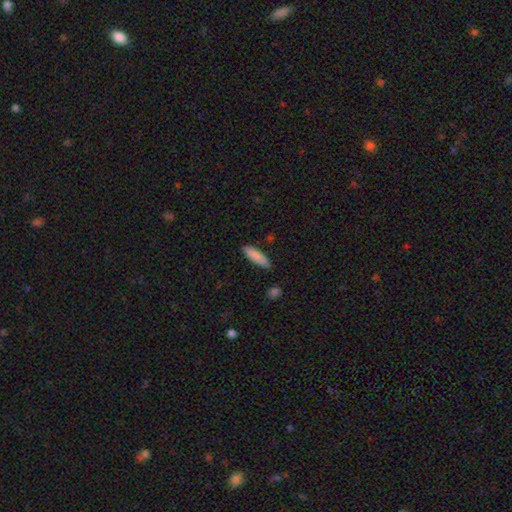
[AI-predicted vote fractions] Q: Smooth or featured?
A: smooth (87%); runner-up: featured or disk (7%)
Q: How rounded?
A: cigar-shaped (60%); runner-up: in between (38%)
Q: Merging?
A: none (86%); runner-up: minor disturbance (10%)